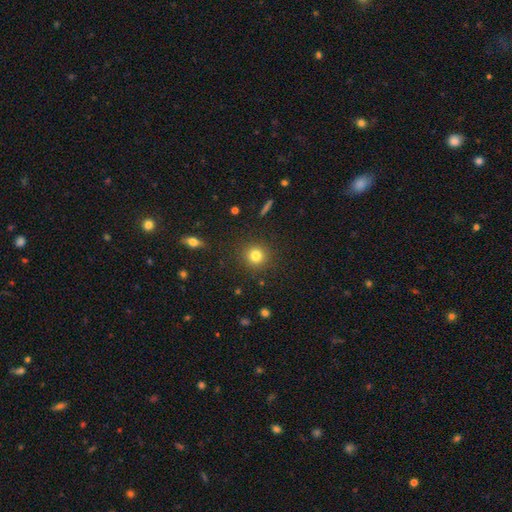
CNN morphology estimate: Smooth or featured?
  - smooth: 81% *
  - star or artifact: 12%
  - featured or disk: 7%
How rounded?
  - round: 93% *
  - in between: 6%
  - cigar-shaped: 1%
Merging?
  - none: 90% *
  - minor disturbance: 6%
  - major disturbance: 2%
  - merger: 1%